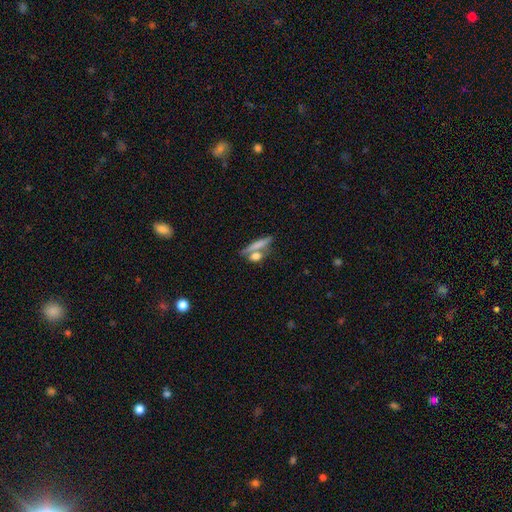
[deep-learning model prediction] Smooth or featured? Predicted: smooth (p=0.70). How rounded? Predicted: cigar-shaped (p=0.47). Merging? Predicted: none (p=0.49).